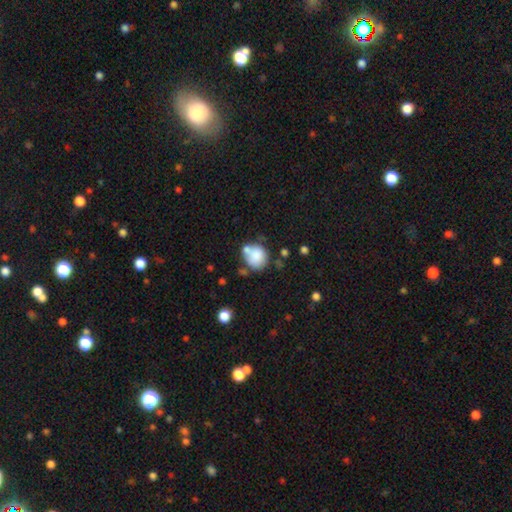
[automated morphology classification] Smooth or featured? smooth (80%)
How rounded? round (78%)
Merging? none (51%)